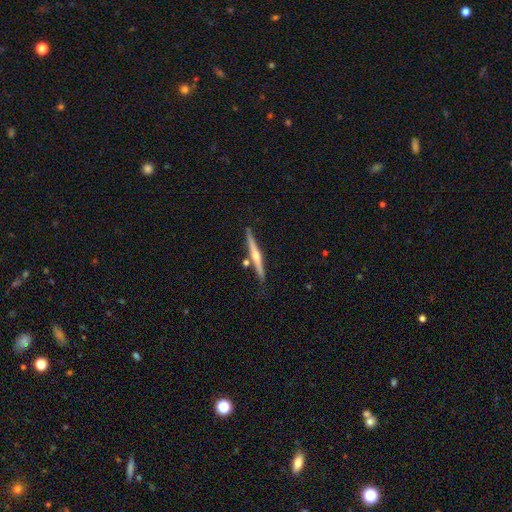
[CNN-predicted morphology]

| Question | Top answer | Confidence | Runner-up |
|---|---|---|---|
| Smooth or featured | featured or disk | 69% | smooth (25%) |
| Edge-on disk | yes | 98% | no (2%) |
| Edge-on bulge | rounded | 86% | none (11%) |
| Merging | none | 81% | minor disturbance (10%) |